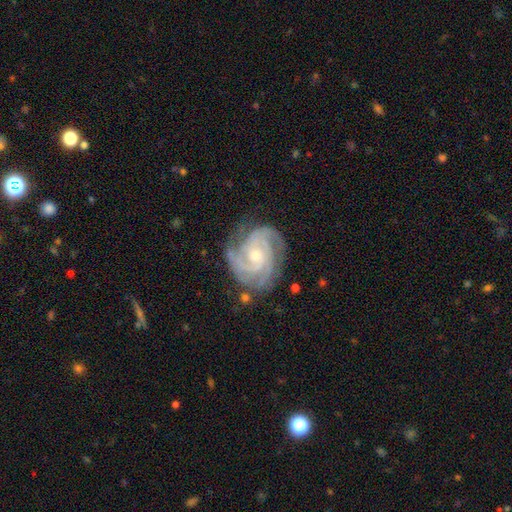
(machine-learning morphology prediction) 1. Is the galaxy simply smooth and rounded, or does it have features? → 91% featured or disk, 5% star or artifact, 4% smooth.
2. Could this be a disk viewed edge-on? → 98% no, 2% yes.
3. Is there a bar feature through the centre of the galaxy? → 67% no, 27% weak, 7% strong.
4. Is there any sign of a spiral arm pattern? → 98% yes, 2% no.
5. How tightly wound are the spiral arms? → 70% tight, 27% medium, 3% loose.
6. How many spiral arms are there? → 47% 3, 21% 4, 14% 2, 9% can't tell, 5% more than 4, 5% 1.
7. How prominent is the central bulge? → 56% small, 41% moderate, 1% large, 1% none, 1% dominant.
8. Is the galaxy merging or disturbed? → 77% none, 17% minor disturbance, 5% major disturbance, 2% merger.